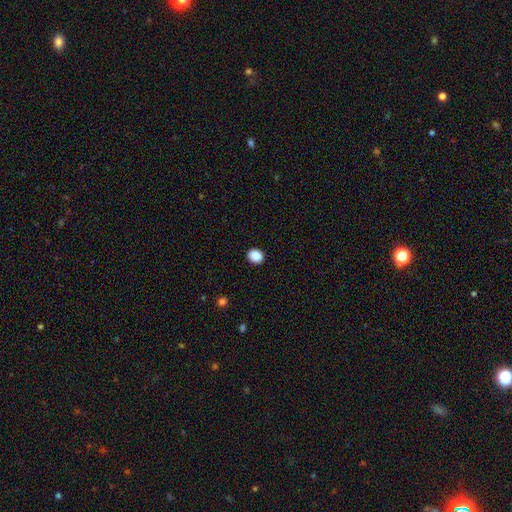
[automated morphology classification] A smooth galaxy with no disk features (88%) that is round (64%).

Vote fractions:
- Smooth or featured? smooth: 88% / star or artifact: 9% / featured or disk: 2%
- How rounded? round: 64% / in between: 35% / cigar-shaped: 1%
- Merging? none: 90% / minor disturbance: 7% / major disturbance: 2% / merger: 1%